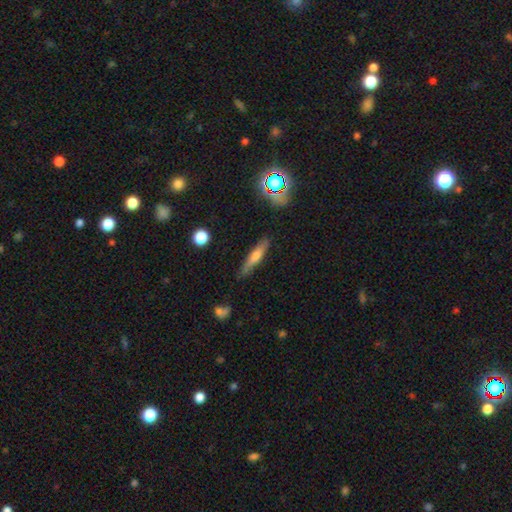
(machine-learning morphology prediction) This appears to be a smooth galaxy with no disk features (53%) that is cigar-shaped (84%). Merging: none (82%).